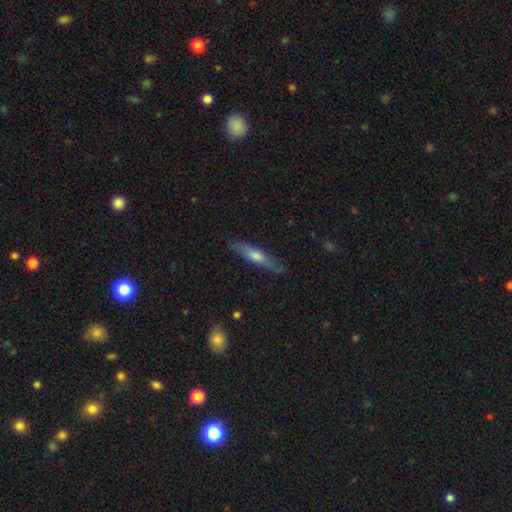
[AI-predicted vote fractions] featured or disk 54%, smooth 39%, star or artifact 7%. Down the decision tree: edge-on disk — yes (84%); merging — none (84%).